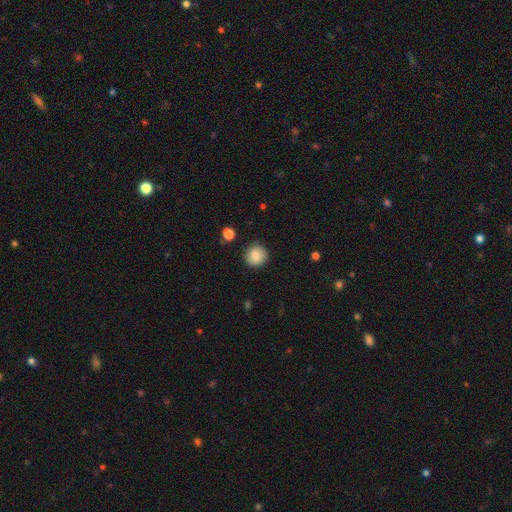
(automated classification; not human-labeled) Smooth or featured? Predicted: smooth (p=0.82). How rounded? Predicted: round (p=0.91). Merging? Predicted: none (p=0.87).